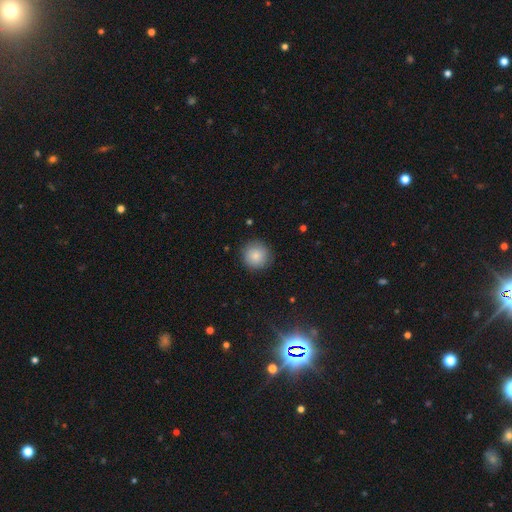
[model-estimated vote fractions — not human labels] A smooth galaxy with no disk features (85%) that is round (94%).

Vote fractions:
- Smooth or featured? smooth: 85% / star or artifact: 9% / featured or disk: 6%
- How rounded? round: 94% / in between: 5% / cigar-shaped: 1%
- Merging? none: 88% / minor disturbance: 8% / major disturbance: 2% / merger: 1%